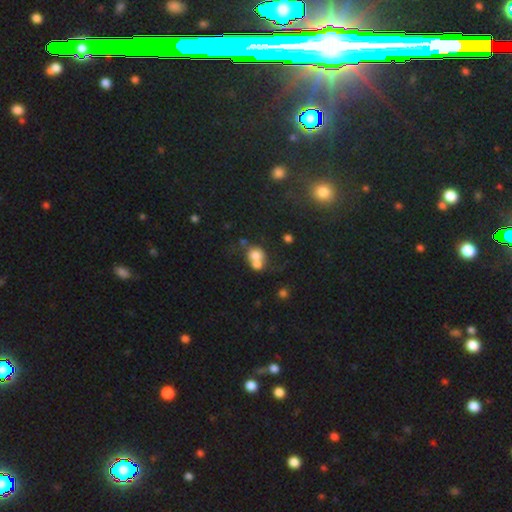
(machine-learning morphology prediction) smooth_or_featured: smooth (p=0.68) [alt: featured or disk p=0.20]
how_rounded: round (p=0.64) [alt: in between p=0.35]
merging: merger (p=0.63) [alt: none p=0.24]